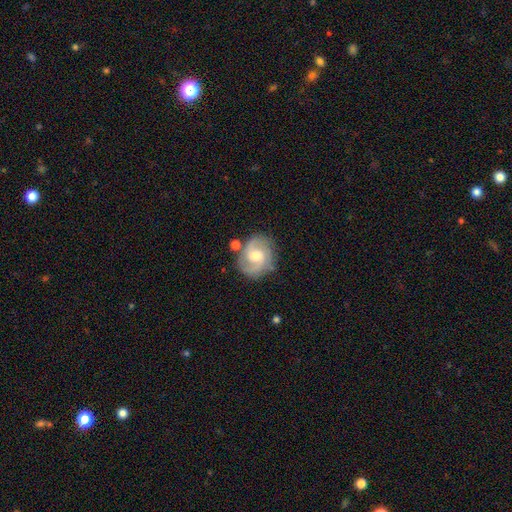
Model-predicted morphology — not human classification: This is likely a featured or disk galaxy (80%). It is clearly not viewed edge-on (98%). Bar: possibly weak (47%). Spiral arm pattern: clearly yes (95%). Spiral arm count: likely 2 (72%). Spiral winding: possibly medium (51%). Central bulge: likely moderate (64%). Merging: likely none (73%).